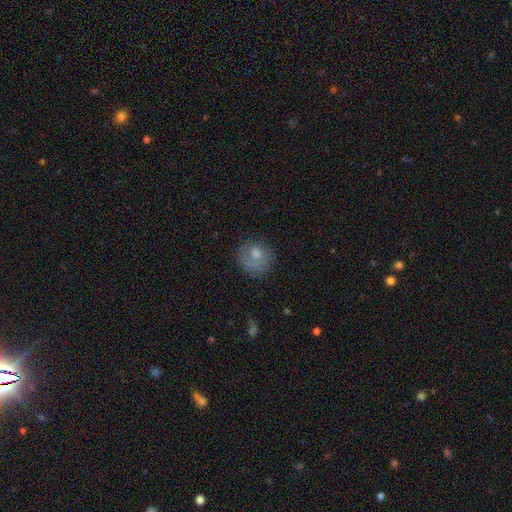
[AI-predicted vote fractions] This is likely a smooth galaxy (66%). How rounded: likely round (76%). Merging: possibly none (59%).